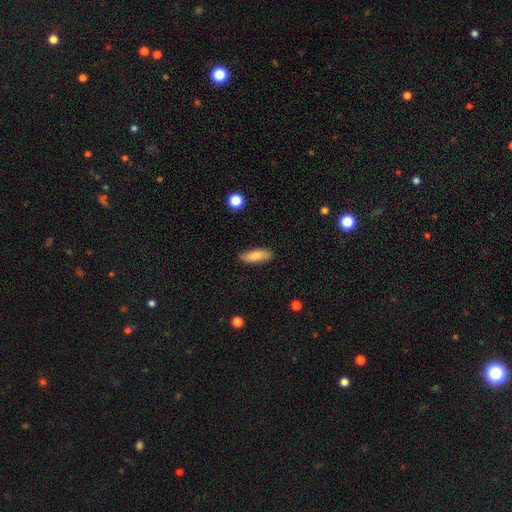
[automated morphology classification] type=smooth (81%); roundness=in between (63%); merging=none (84%).